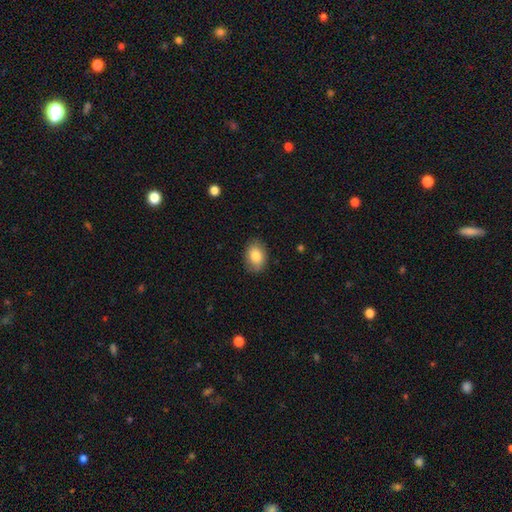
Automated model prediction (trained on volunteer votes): smooth 83%, featured or disk 10%, star or artifact 7%. Down the decision tree: how rounded — in between (78%); merging — none (84%).